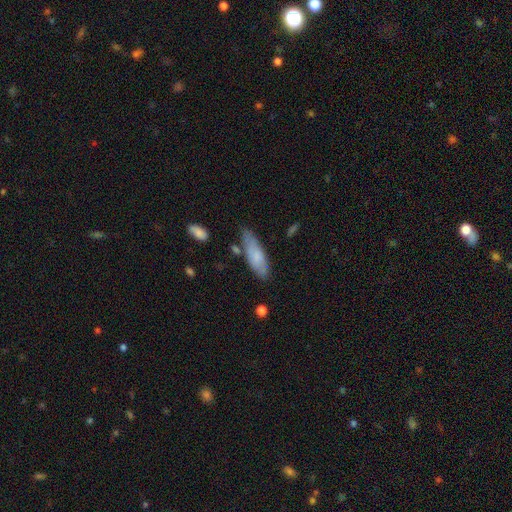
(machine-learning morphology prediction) A smooth galaxy with no disk features (71%) that is in between round and cigar-shaped (59%).

Vote fractions:
- Smooth or featured? smooth: 71% / featured or disk: 23% / star or artifact: 6%
- How rounded? in between: 59% / cigar-shaped: 39% / round: 2%
- Merging? none: 65% / minor disturbance: 25% / major disturbance: 5% / merger: 5%